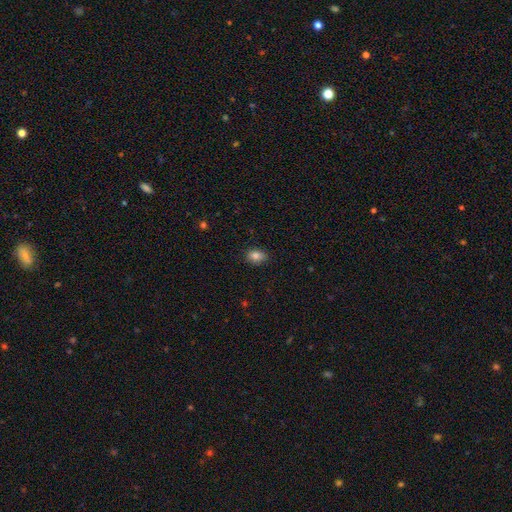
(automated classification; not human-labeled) Smooth or featured?
  - smooth: 83% *
  - star or artifact: 10%
  - featured or disk: 7%
How rounded?
  - in between: 68% *
  - round: 31%
  - cigar-shaped: 1%
Merging?
  - none: 79% *
  - minor disturbance: 17%
  - major disturbance: 3%
  - merger: 1%